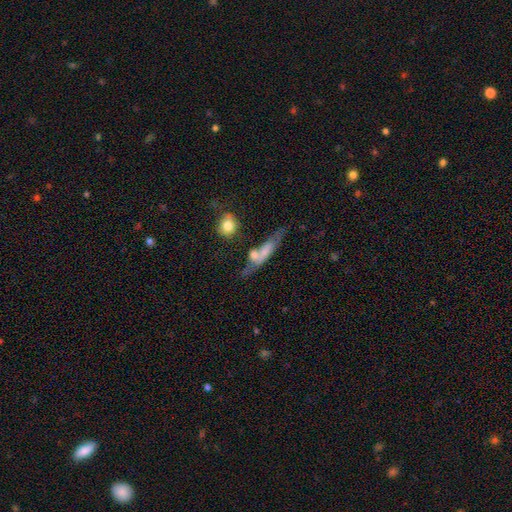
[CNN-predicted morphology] smooth 52%, featured or disk 39%, star or artifact 9%. Down the decision tree: how rounded — cigar-shaped (66%); merging — none (45%).